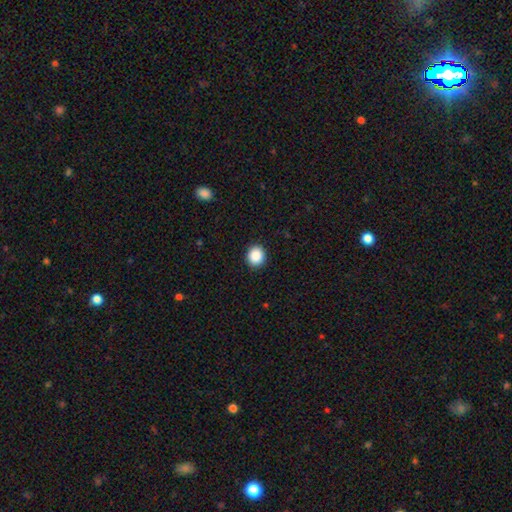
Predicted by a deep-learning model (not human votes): The model was most divided on "how rounded": round: 81%, in between: 18%, cigar-shaped: 1%. More confident: merging — none (92%); smooth or featured — smooth (88%).